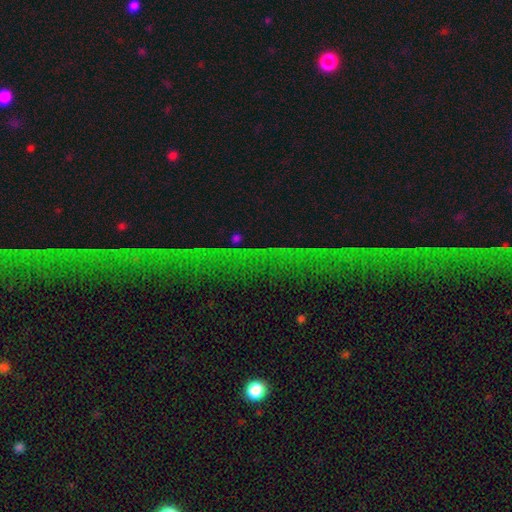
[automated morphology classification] Smooth or featured?
  - star or artifact: 77% *
  - featured or disk: 13%
  - smooth: 10%